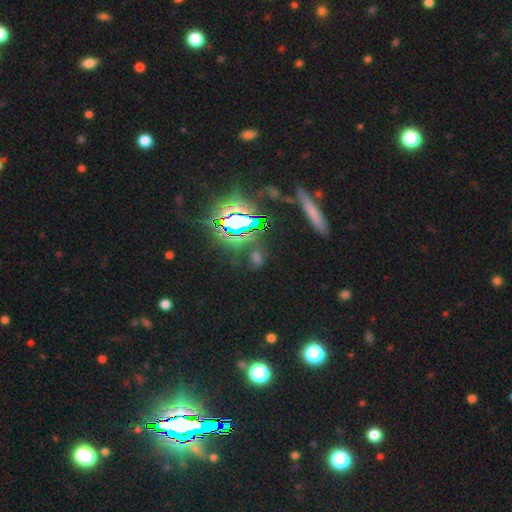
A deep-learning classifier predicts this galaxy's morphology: smooth-or-featured: star or artifact: 69% | smooth: 21% | featured or disk: 10%